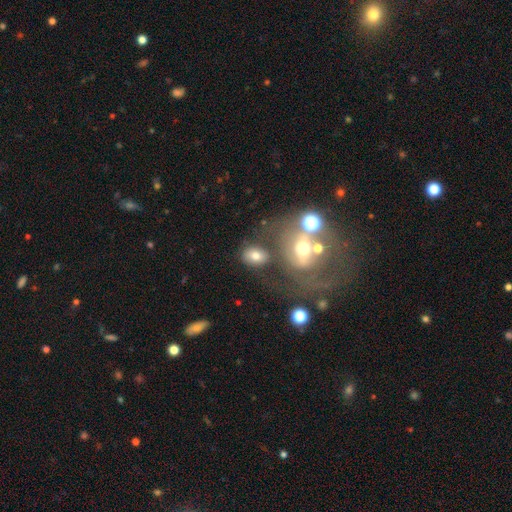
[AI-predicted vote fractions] Q: Smooth or featured?
A: smooth (70%); runner-up: featured or disk (17%)
Q: How rounded?
A: in between (68%); runner-up: round (30%)
Q: Merging?
A: none (66%); runner-up: minor disturbance (14%)